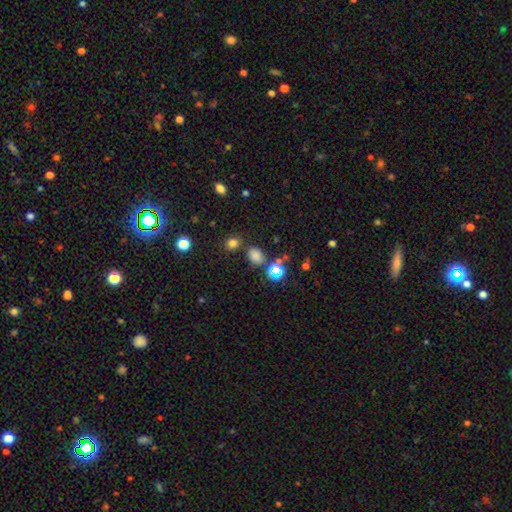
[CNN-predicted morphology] Q: Smooth or featured?
A: smooth (73%); runner-up: star or artifact (22%)
Q: How rounded?
A: in between (63%); runner-up: round (36%)
Q: Merging?
A: none (74%); runner-up: minor disturbance (12%)